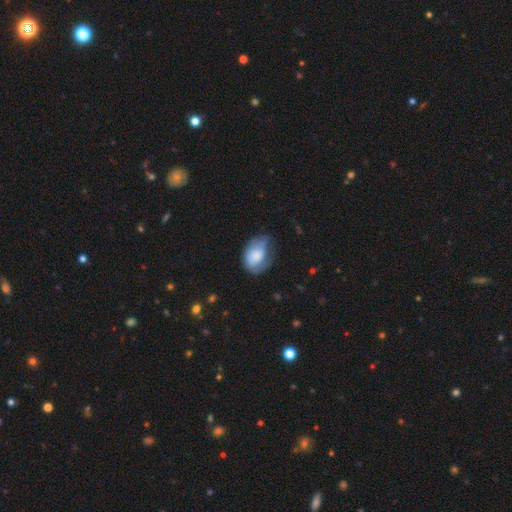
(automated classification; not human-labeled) smooth-or-featured: smooth: 60% | featured or disk: 33% | star or artifact: 7%
  how-rounded: in between: 77% | round: 22% | cigar-shaped: 1%
  merging: none: 37% | minor disturbance: 35% | major disturbance: 26% | merger: 2%